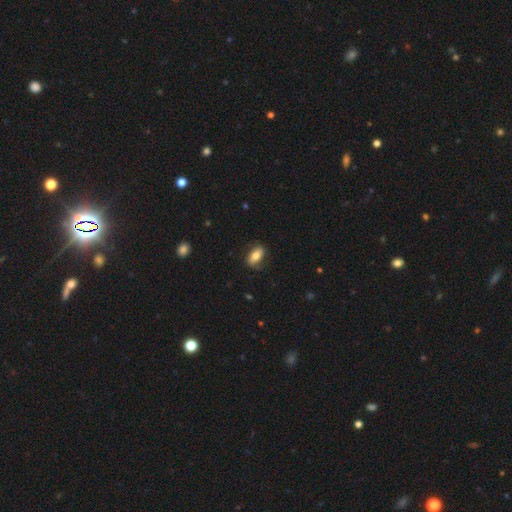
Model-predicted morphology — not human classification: Q: Smooth or featured?
A: smooth (69%); runner-up: featured or disk (24%)
Q: How rounded?
A: in between (85%); runner-up: cigar-shaped (10%)
Q: Merging?
A: none (75%); runner-up: minor disturbance (19%)